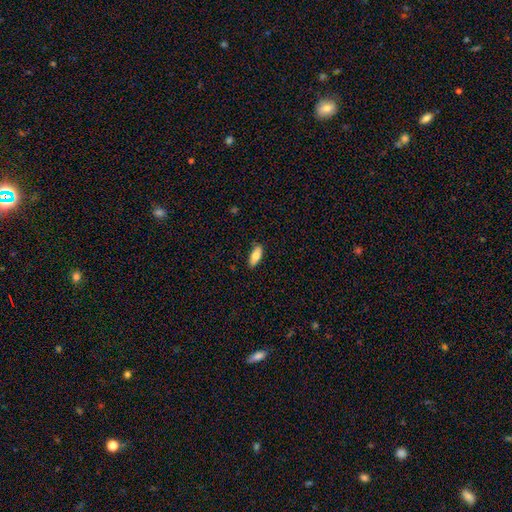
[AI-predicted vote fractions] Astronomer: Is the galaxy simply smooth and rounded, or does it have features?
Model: smooth — 79%.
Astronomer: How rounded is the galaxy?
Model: in between — 73%.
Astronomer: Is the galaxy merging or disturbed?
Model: none — 86%.